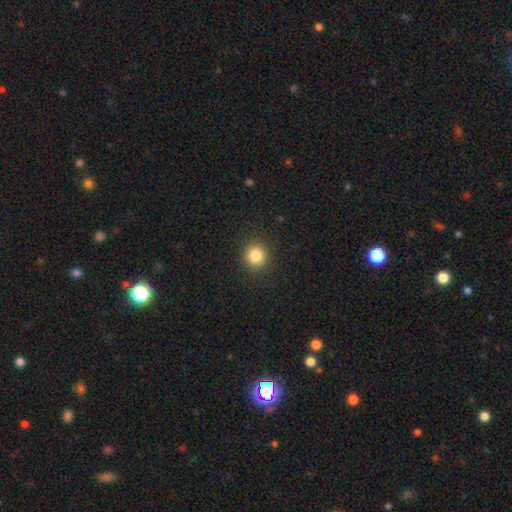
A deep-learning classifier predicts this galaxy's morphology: This appears to be a smooth galaxy with no disk features (85%) that is round (90%). Merging: none (90%).